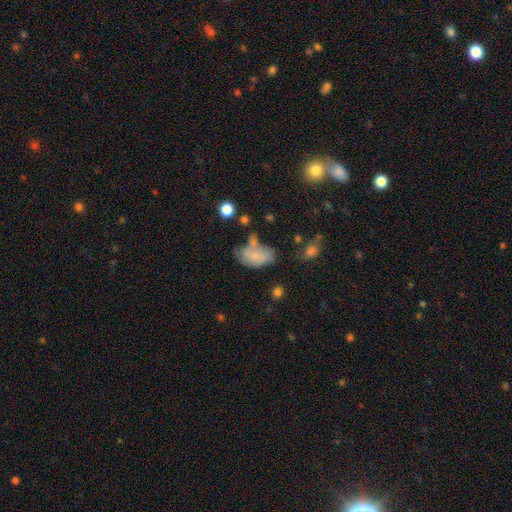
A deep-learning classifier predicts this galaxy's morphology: A smooth galaxy with no disk features (62%) that is in between round and cigar-shaped (90%). Merging: none (33%).